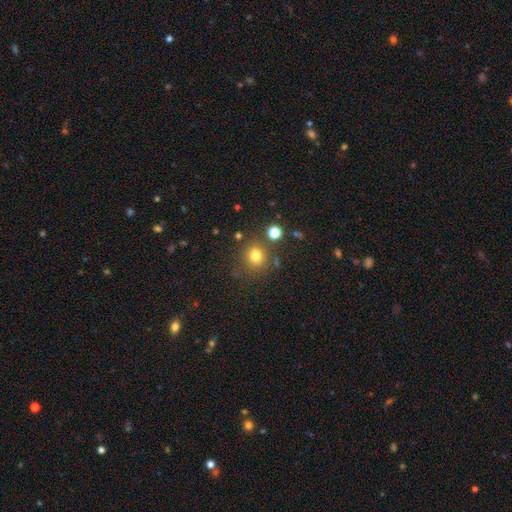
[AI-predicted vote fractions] This appears to be a smooth galaxy with no disk features (76%) that is round (78%). Merging: none (77%).